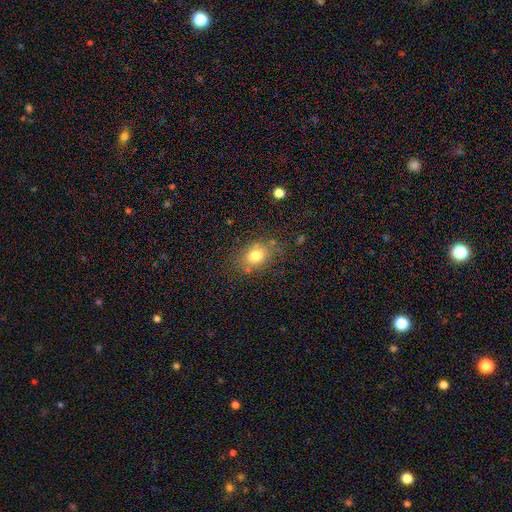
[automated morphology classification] smooth 76%, star or artifact 12%, featured or disk 12%. Down the decision tree: how rounded — in between (63%); merging — none (76%).